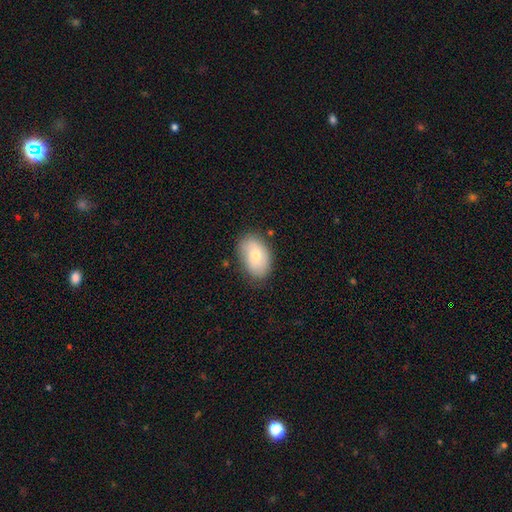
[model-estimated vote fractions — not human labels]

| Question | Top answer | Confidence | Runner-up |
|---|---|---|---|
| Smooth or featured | smooth | 69% | featured or disk (24%) |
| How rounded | in between | 87% | round (12%) |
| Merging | none | 76% | minor disturbance (18%) |